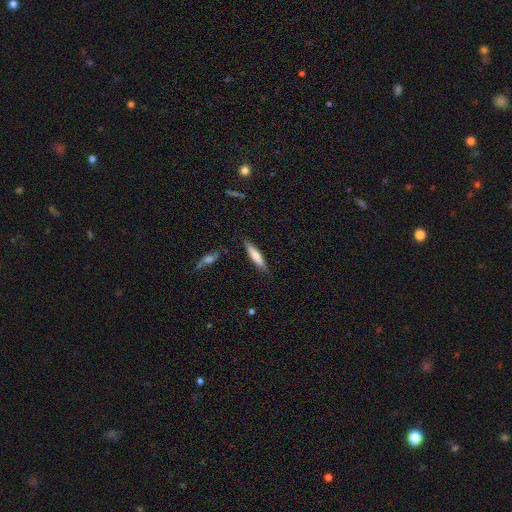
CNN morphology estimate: A smooth galaxy with no disk features (70%) that is cigar-shaped (84%).

Vote fractions:
- Smooth or featured? smooth: 70% / featured or disk: 24% / star or artifact: 6%
- How rounded? cigar-shaped: 84% / in between: 14% / round: 1%
- Merging? none: 85% / minor disturbance: 11% / major disturbance: 2% / merger: 2%